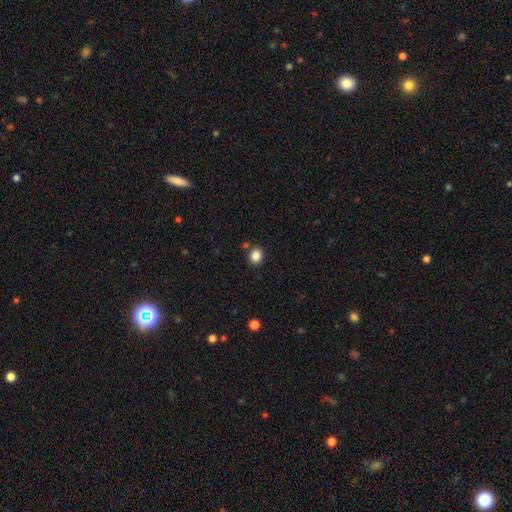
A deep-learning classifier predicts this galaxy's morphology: smooth-or-featured: smooth: 85% | star or artifact: 10% | featured or disk: 4%
  how-rounded: round: 69% | in between: 30% | cigar-shaped: 1%
  merging: none: 82% | minor disturbance: 9% | merger: 6% | major disturbance: 3%